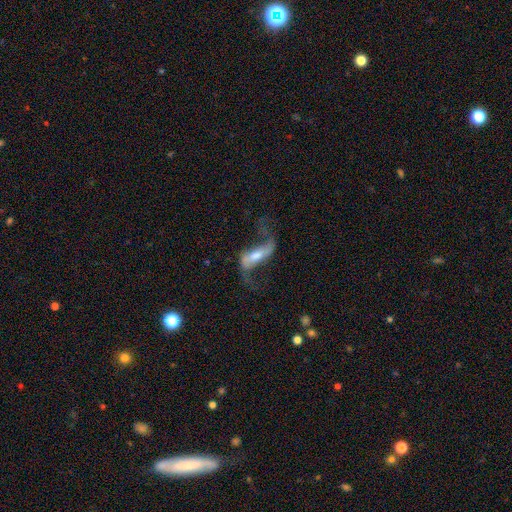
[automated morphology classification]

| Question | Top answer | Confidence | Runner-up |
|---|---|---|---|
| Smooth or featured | featured or disk | 81% | smooth (12%) |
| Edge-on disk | no | 87% | yes (13%) |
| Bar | strong | 46% | weak (34%) |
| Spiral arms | yes | 92% | no (8%) |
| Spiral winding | loose | 88% | medium (10%) |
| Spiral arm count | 2 | 92% | 1 (3%) |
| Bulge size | moderate | 49% | small (31%) |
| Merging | none | 59% | major disturbance (23%) |